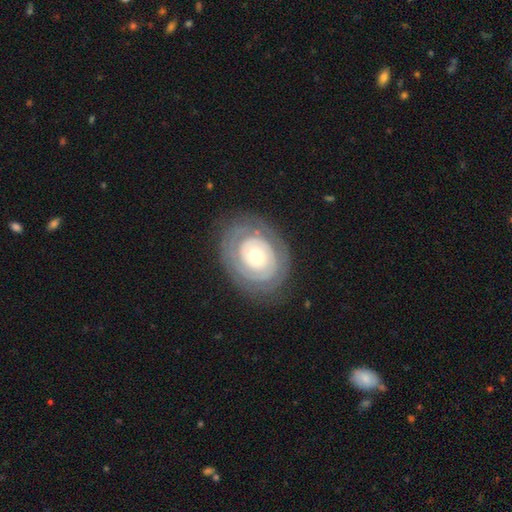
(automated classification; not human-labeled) Overall: featured or disk (75%). Edge-on disk: no (96%). Bar: no (83%). Spiral arms: yes (70%). Spiral arm count: can't tell (44%; 2 26%). Spiral winding: tight (83%). Bulge size: moderate (55%; small 33%). Merging: none (79%).